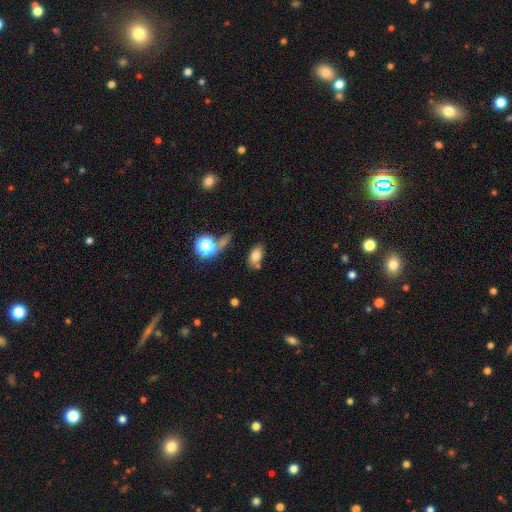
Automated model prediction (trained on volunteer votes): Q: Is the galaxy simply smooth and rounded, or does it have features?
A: smooth — 76%.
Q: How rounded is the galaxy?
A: in between — 87%.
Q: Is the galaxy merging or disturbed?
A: none — 64%.